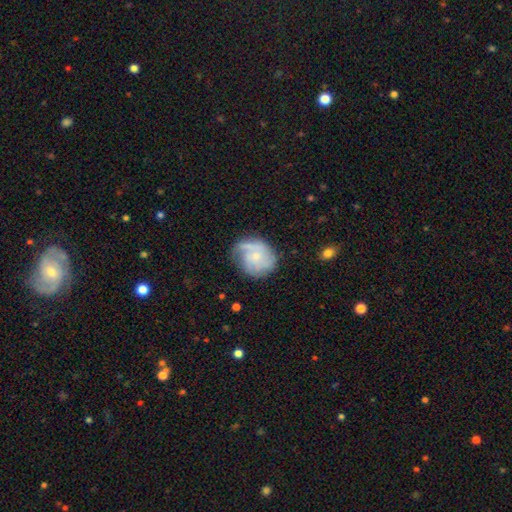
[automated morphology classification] Overall: featured or disk (65%; smooth 28%). Edge-on disk: no (98%). Bar: no (77%). Spiral arms: yes (88%). Spiral arm count: can't tell (31%; 3 28%). Spiral winding: tight (42%; medium 39%). Bulge size: small (72%). Merging: none (58%; minor disturbance 26%).